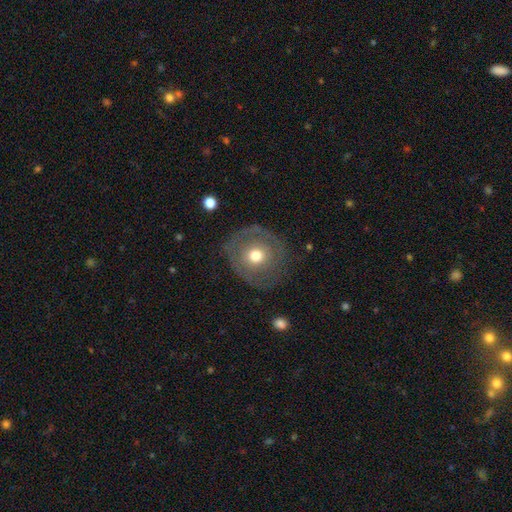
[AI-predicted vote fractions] A featured or disk galaxy (47%).

Vote fractions:
- Smooth or featured? featured or disk: 47% / smooth: 46% / star or artifact: 7%
- Merging? none: 75% / minor disturbance: 14% / major disturbance: 9% / merger: 2%